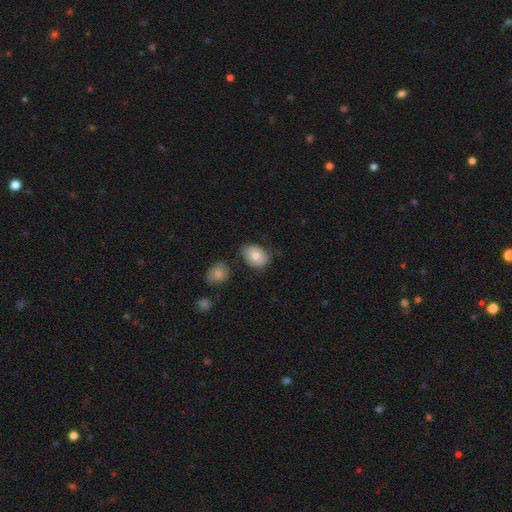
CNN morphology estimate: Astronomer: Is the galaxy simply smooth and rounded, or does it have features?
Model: smooth — 74%.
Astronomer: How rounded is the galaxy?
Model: in between — 58% (runner-up: round, 41%).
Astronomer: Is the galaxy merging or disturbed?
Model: none — 72%.